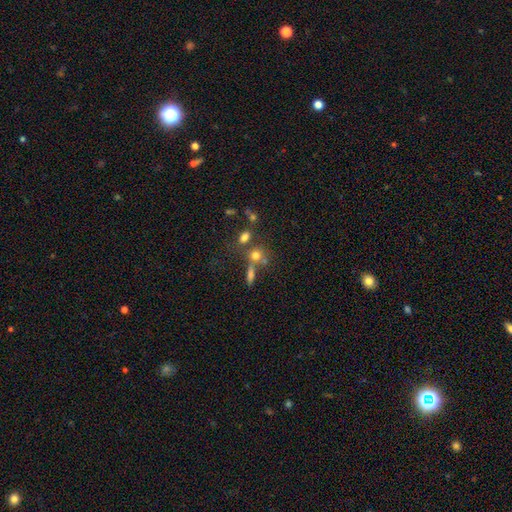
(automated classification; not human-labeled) smooth_or_featured: smooth (p=0.70) [alt: star or artifact p=0.16]
how_rounded: round (p=0.69) [alt: in between p=0.26]
merging: none (p=0.51) [alt: merger p=0.32]